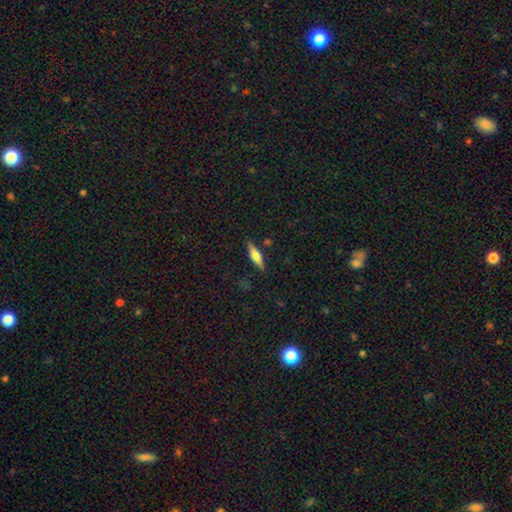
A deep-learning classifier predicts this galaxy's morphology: This is possibly a smooth galaxy (51%). How rounded: likely cigar-shaped (66%). Merging: clearly none (84%).